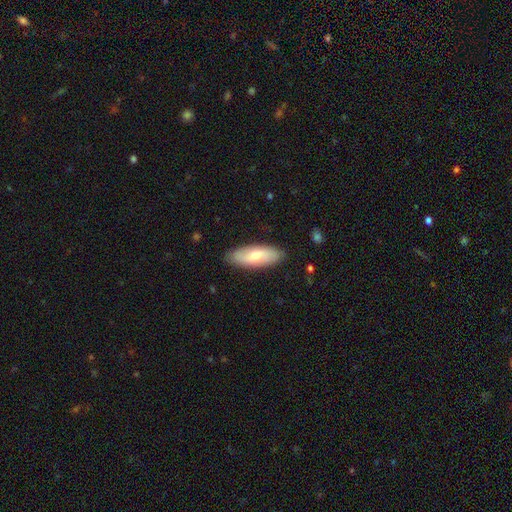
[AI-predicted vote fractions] A smooth galaxy with no disk features (66%) that is in between round and cigar-shaped (72%). Merging: none (86%).